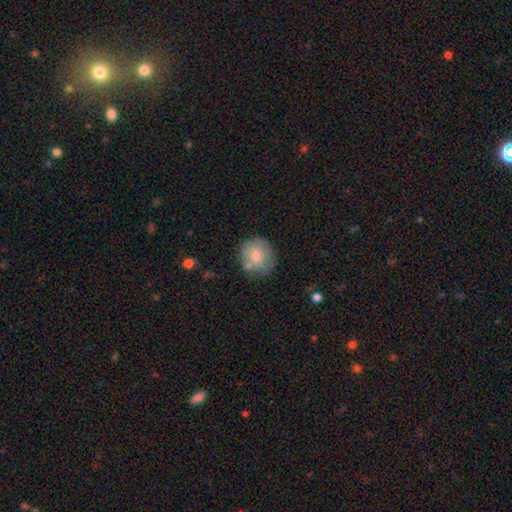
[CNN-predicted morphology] Smooth or featured? smooth (70%)
How rounded? round (85%)
Merging? none (68%)